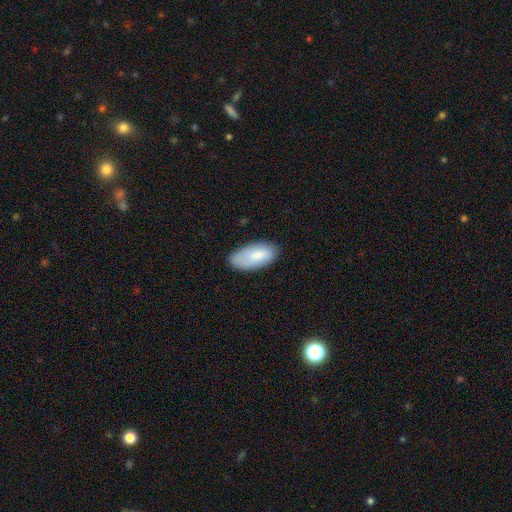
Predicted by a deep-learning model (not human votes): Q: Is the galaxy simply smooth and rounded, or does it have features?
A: smooth — 82%.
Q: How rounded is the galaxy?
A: in between — 93%.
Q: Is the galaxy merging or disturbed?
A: none — 76%.